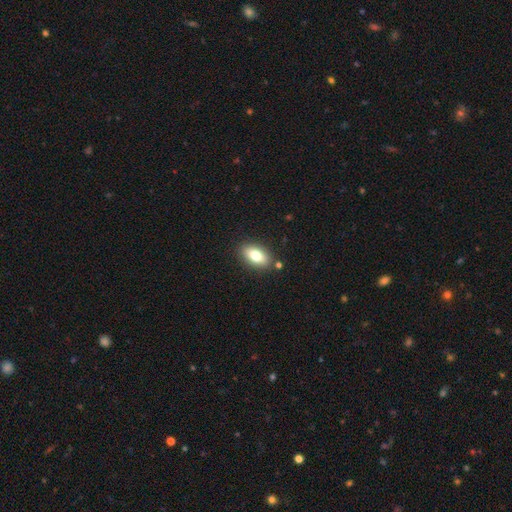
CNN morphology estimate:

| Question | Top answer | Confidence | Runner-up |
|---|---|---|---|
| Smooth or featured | smooth | 75% | featured or disk (17%) |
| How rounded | in between | 88% | round (7%) |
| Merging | none | 85% | minor disturbance (9%) |